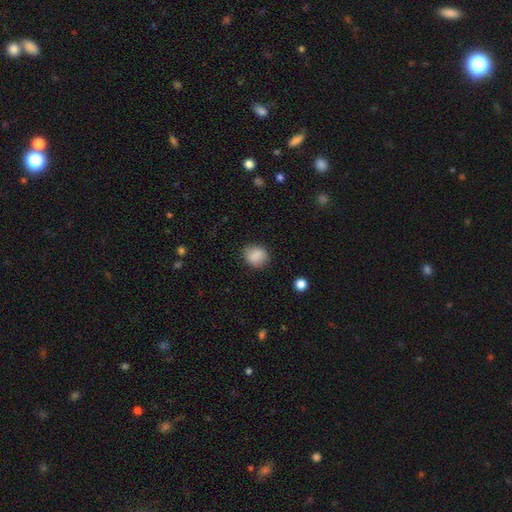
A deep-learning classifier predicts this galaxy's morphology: Smooth or featured?
  - smooth: 85% *
  - star or artifact: 9%
  - featured or disk: 6%
How rounded?
  - round: 63% *
  - in between: 36%
  - cigar-shaped: 1%
Merging?
  - none: 81% *
  - minor disturbance: 14%
  - major disturbance: 4%
  - merger: 1%